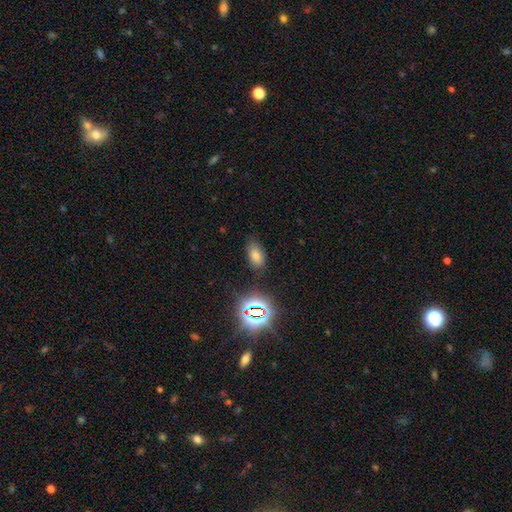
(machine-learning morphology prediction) Smooth or featured? smooth (62%)
How rounded? in between (89%)
Merging? none (82%)